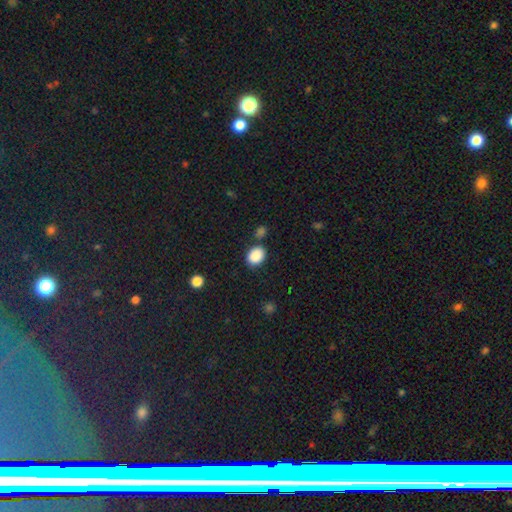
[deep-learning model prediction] smooth 89%, star or artifact 8%, featured or disk 3%. Down the decision tree: how rounded — in between (59%); merging — none (78%).